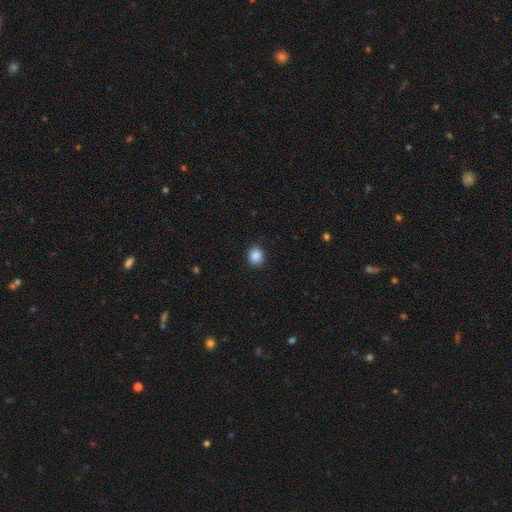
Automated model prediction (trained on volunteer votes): Smooth or featured? smooth (88%)
How rounded? round (70%)
Merging? none (89%)